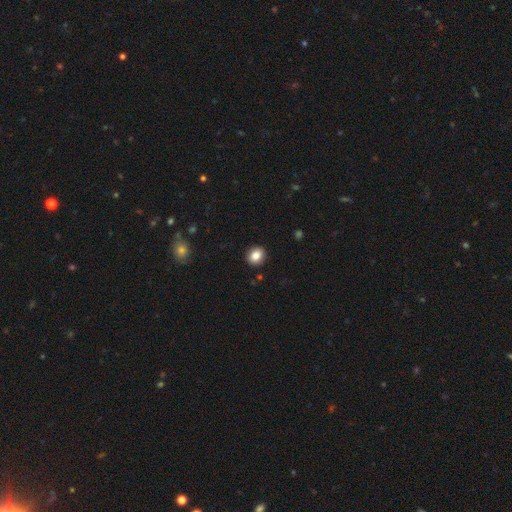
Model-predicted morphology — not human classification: smooth_or_featured: smooth (p=0.84) [alt: star or artifact p=0.09]
how_rounded: round (p=0.73) [alt: in between p=0.26]
merging: none (p=0.91) [alt: minor disturbance p=0.06]